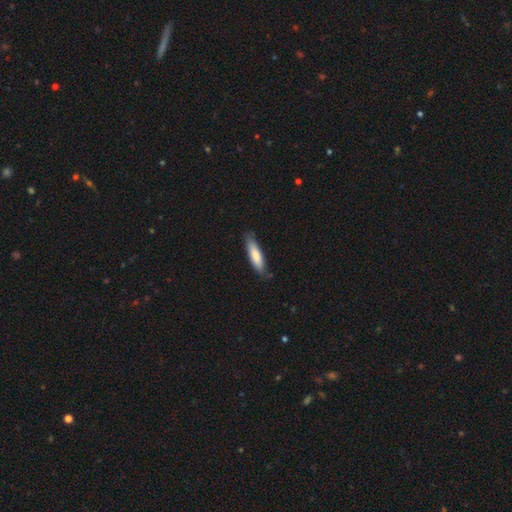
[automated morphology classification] type=smooth (80%); roundness=cigar-shaped (66%); merging=none (78%).